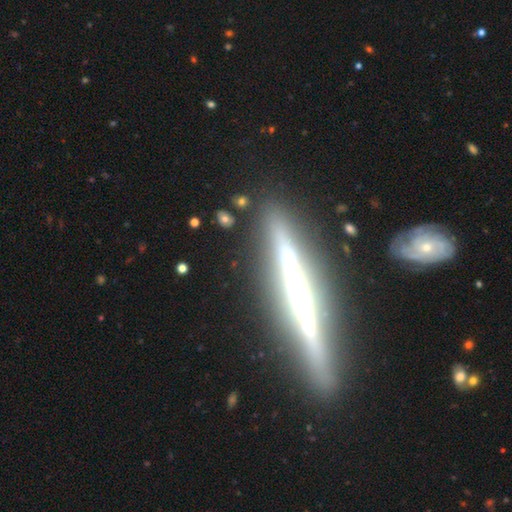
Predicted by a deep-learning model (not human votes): A featured or disk galaxy (80%) viewed edge-on (96%) with no central bulge (53%). Merging: none (84%).